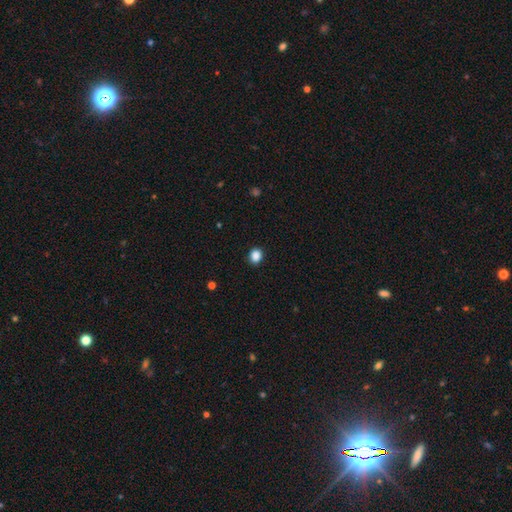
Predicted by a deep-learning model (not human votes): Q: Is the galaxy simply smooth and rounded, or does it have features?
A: smooth — 87%.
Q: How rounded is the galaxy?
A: round — 67%.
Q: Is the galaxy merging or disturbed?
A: none — 90%.